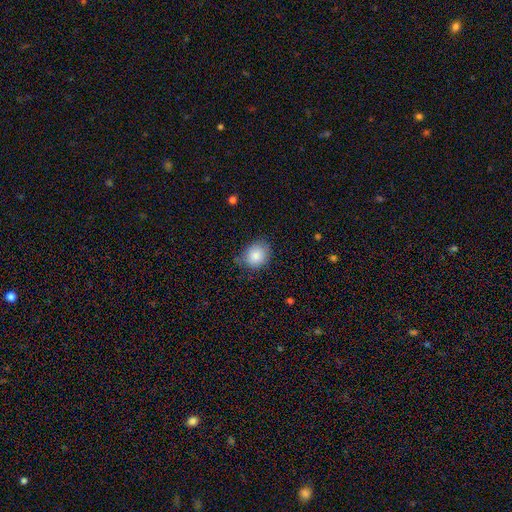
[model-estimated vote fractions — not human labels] smooth_or_featured: smooth (p=0.85) [alt: star or artifact p=0.08]
how_rounded: round (p=0.59) [alt: in between p=0.40]
merging: none (p=0.67) [alt: minor disturbance p=0.26]